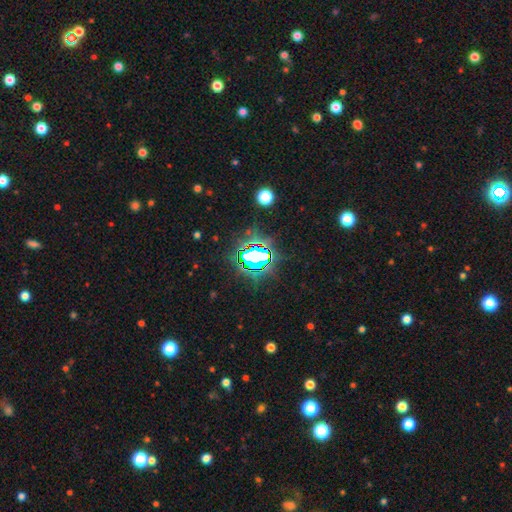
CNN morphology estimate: A star or artifact, not a galaxy (75%).